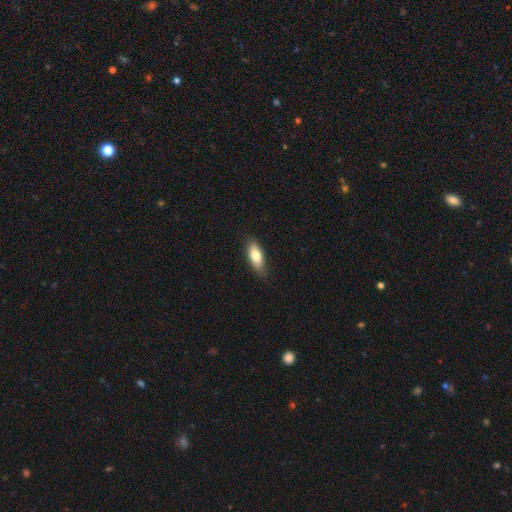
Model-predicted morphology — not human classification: Q: Smooth or featured?
A: smooth (75%); runner-up: featured or disk (18%)
Q: How rounded?
A: in between (77%); runner-up: cigar-shaped (20%)
Q: Merging?
A: none (84%); runner-up: minor disturbance (13%)